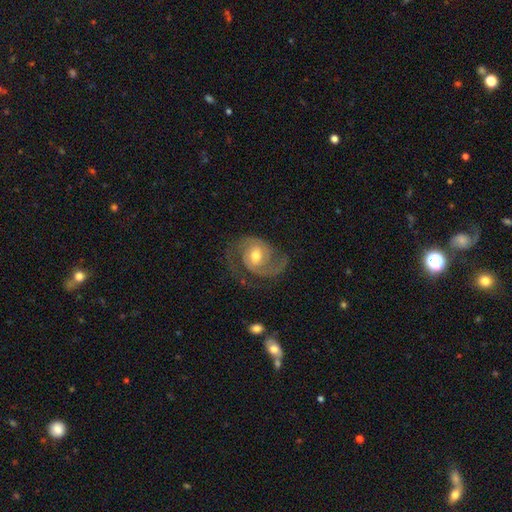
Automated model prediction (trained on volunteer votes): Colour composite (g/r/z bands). It shows a featured or disk galaxy (85%) with no bar (51%), 2 (84%) medium (49%) spiral arms (96%) and a moderate central bulge (72%). Merging: none (64%).